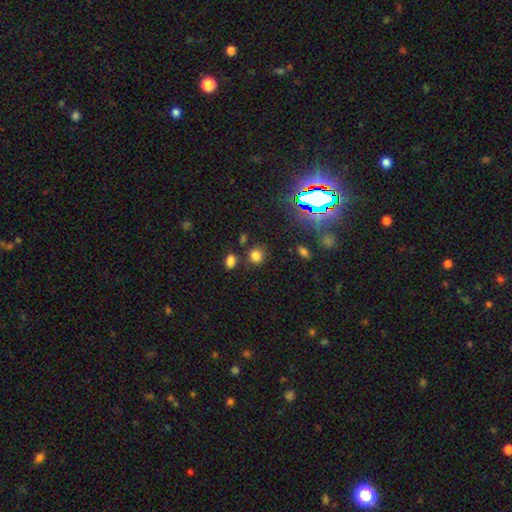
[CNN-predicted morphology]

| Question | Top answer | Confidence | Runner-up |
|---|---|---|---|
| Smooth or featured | smooth | 75% | star or artifact (20%) |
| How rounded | round | 79% | in between (20%) |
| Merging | none | 78% | minor disturbance (10%) |